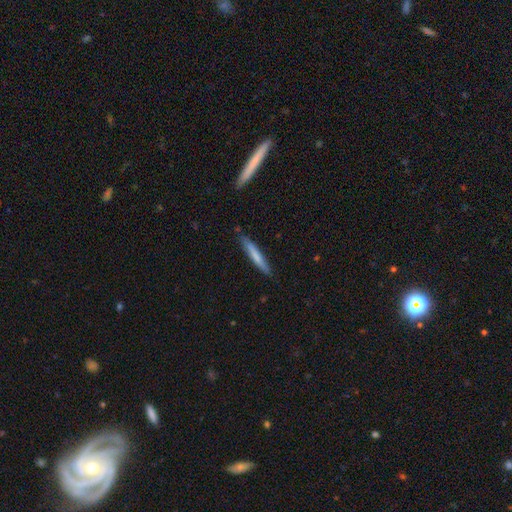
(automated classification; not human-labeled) Overall: smooth (68%). How rounded: cigar-shaped (95%). Merging: none (84%).